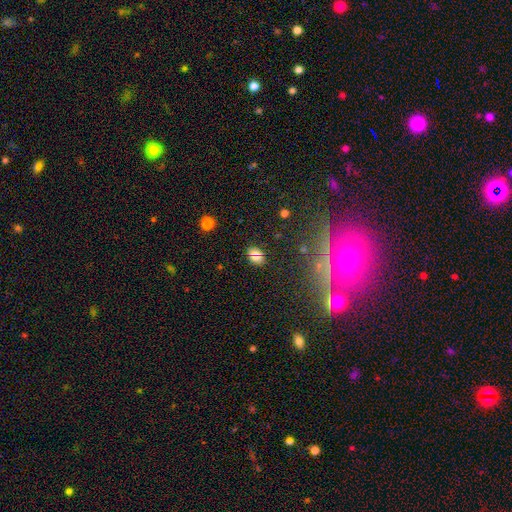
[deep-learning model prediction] Smooth or featured? Predicted: smooth (p=0.67). How rounded? Predicted: in between (p=0.69). Merging? Predicted: none (p=0.61).